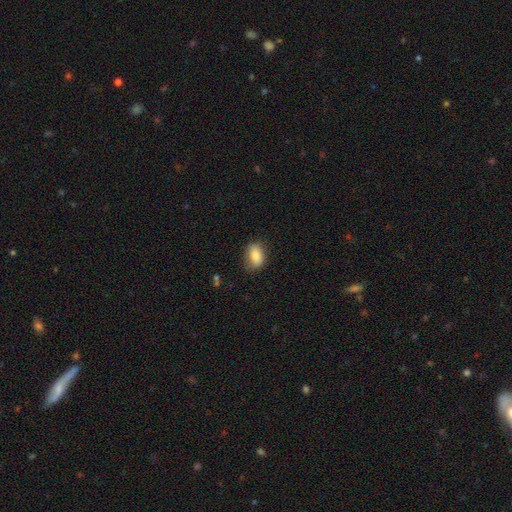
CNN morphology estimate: Smooth or featured: smooth — 87% (star or artifact — 8%)
How rounded: in between — 87% (round — 11%)
Merging: none — 78% (minor disturbance — 17%)